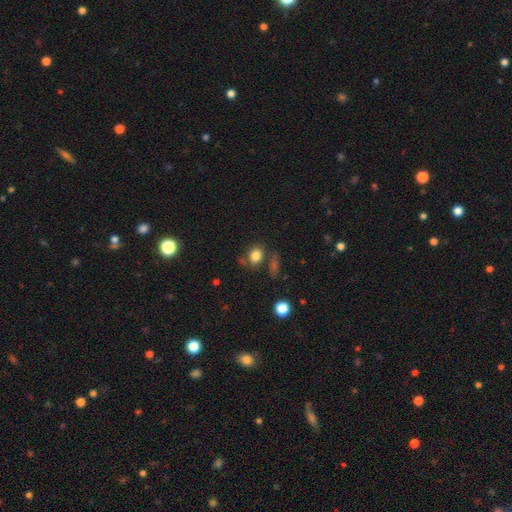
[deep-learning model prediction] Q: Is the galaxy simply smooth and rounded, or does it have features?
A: smooth — 81%.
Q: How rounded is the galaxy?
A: round — 53%.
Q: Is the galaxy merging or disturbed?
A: none — 69%.